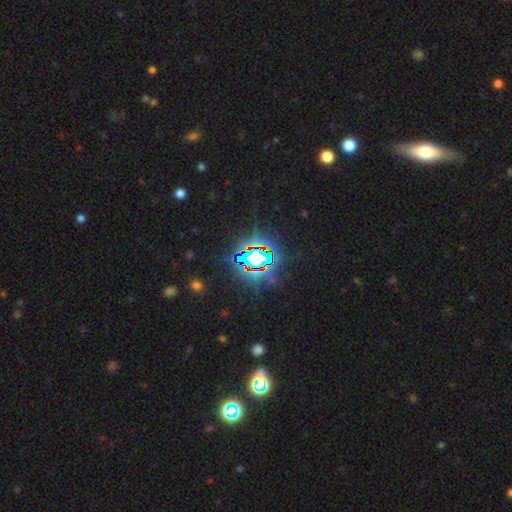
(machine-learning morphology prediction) Smooth or featured? Predicted: star or artifact (p=0.78).